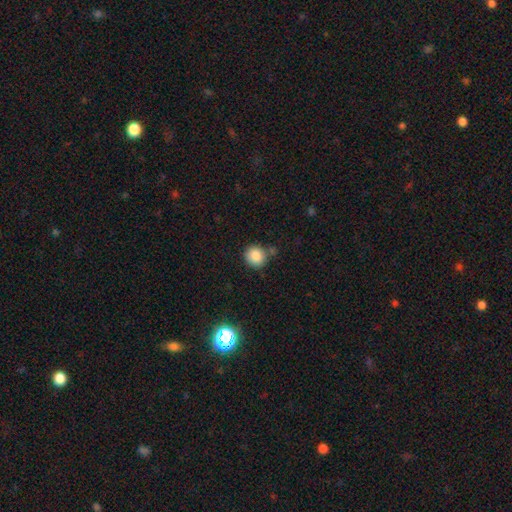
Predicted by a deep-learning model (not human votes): Q: Smooth or featured?
A: smooth (85%); runner-up: star or artifact (9%)
Q: How rounded?
A: round (86%); runner-up: in between (13%)
Q: Merging?
A: none (75%); runner-up: minor disturbance (14%)